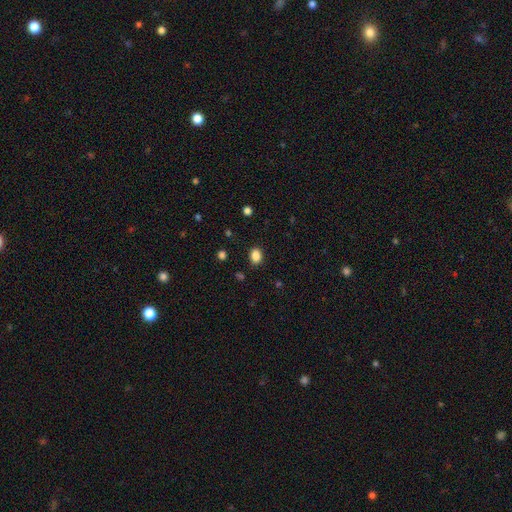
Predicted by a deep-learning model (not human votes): Overall: smooth (86%). How rounded: in between (66%; round 33%). Merging: none (87%).